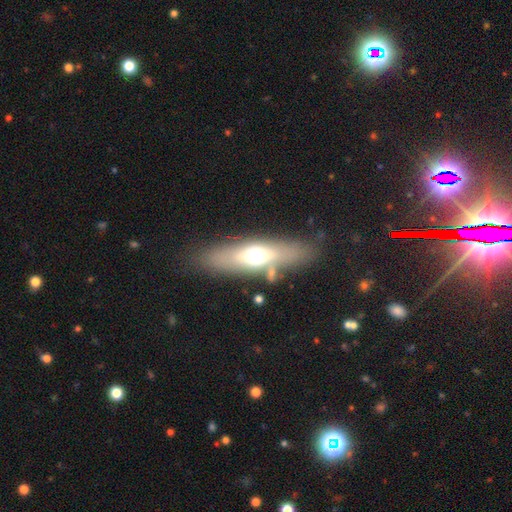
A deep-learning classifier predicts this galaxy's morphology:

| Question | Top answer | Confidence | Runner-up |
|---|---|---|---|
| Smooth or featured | smooth | 49% | featured or disk (42%) |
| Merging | none | 74% | minor disturbance (13%) |